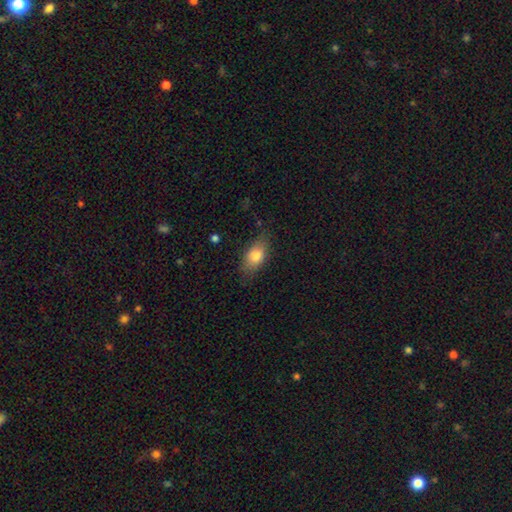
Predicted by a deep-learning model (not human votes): Smooth or featured?
  - smooth: 78% *
  - featured or disk: 14%
  - star or artifact: 8%
How rounded?
  - in between: 83% *
  - round: 10%
  - cigar-shaped: 7%
Merging?
  - none: 74% *
  - minor disturbance: 19%
  - major disturbance: 5%
  - merger: 1%